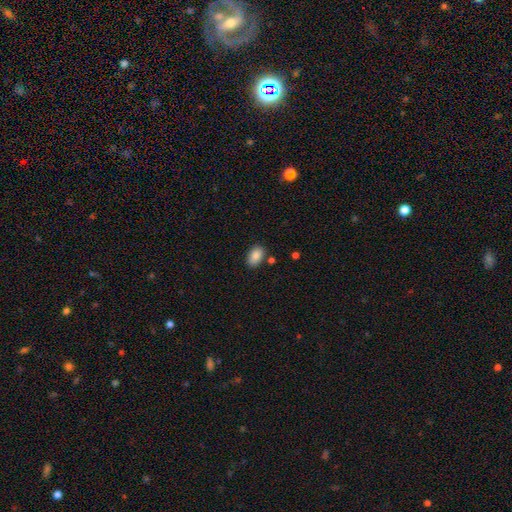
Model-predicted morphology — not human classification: Overall: smooth (87%). How rounded: in between (91%). Merging: none (83%).